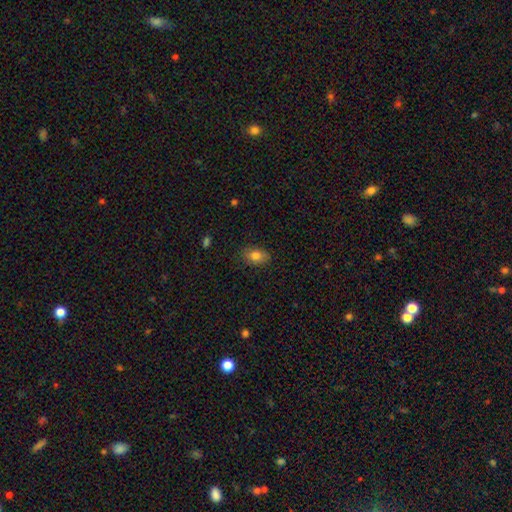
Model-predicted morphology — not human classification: Smooth or featured: smooth — 81% (featured or disk — 10%)
How rounded: in between — 83% (round — 15%)
Merging: none — 83% (minor disturbance — 13%)